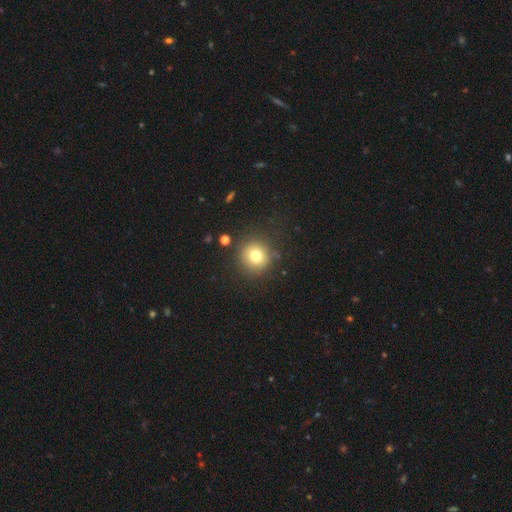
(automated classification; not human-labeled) Smooth or featured?
  - smooth: 75% *
  - star or artifact: 14%
  - featured or disk: 11%
How rounded?
  - round: 94% *
  - in between: 5%
  - cigar-shaped: 1%
Merging?
  - none: 86% *
  - minor disturbance: 8%
  - major disturbance: 4%
  - merger: 3%